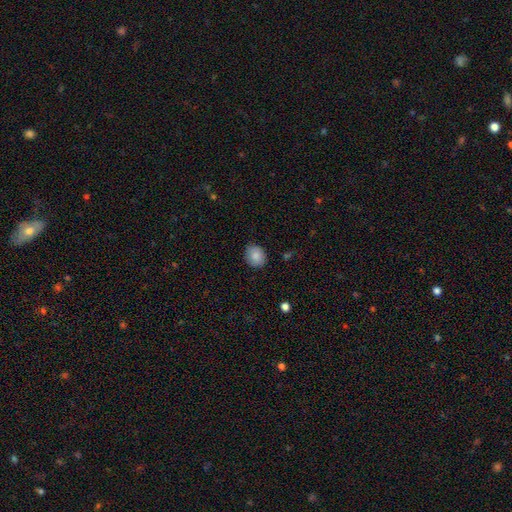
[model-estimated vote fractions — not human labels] The model was most divided on "how rounded": round: 63%, in between: 36%, cigar-shaped: 1%. More confident: smooth or featured — smooth (85%); merging — none (84%).